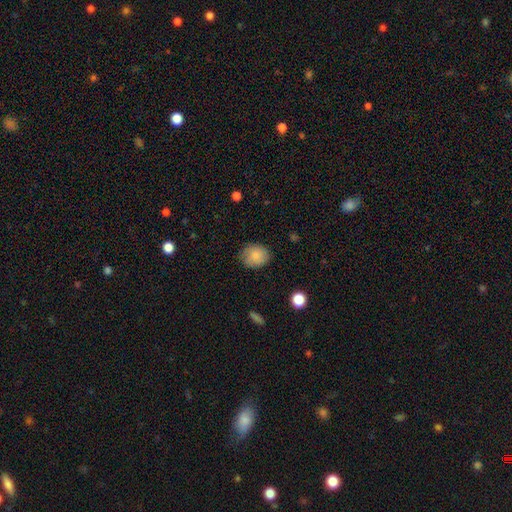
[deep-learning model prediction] This appears to be a smooth galaxy with no disk features (84%) that is round (66%). Merging: none (79%).